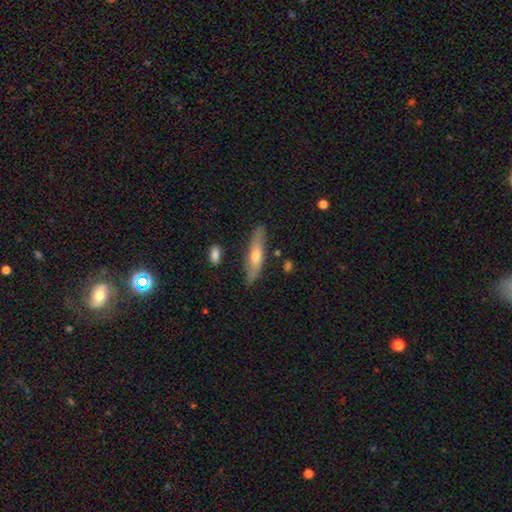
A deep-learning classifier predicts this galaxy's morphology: Smooth or featured? smooth (49%)
Merging? none (80%)